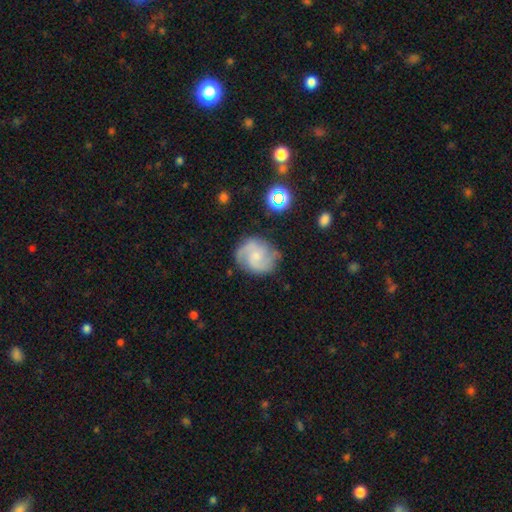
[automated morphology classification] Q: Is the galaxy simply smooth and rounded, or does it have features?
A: featured or disk — 75%.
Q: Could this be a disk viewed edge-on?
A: no — 98%.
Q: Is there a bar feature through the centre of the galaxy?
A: no — 62%.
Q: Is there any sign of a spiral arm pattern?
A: yes — 95%.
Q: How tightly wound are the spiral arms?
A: medium — 50%.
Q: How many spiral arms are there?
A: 2 — 66%.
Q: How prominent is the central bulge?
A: small — 65%.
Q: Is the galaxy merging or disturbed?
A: none — 73%.